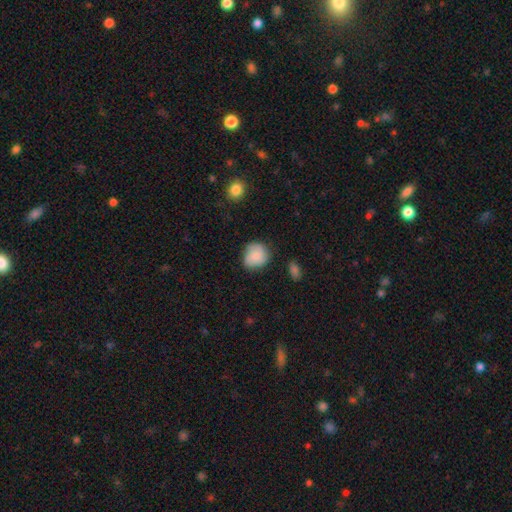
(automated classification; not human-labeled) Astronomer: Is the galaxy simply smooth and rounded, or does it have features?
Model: smooth — 79%.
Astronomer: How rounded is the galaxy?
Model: round — 76%.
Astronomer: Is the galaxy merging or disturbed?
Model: none — 66%.